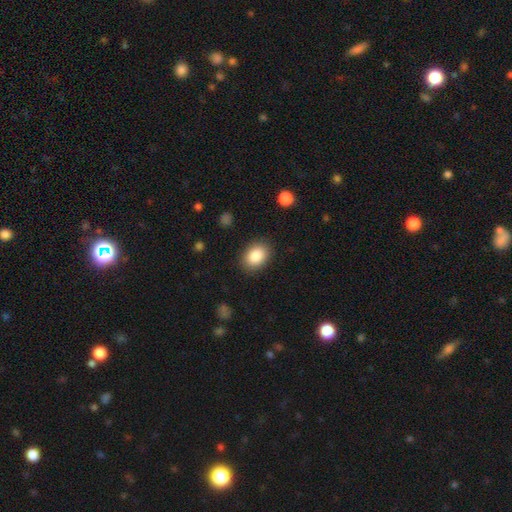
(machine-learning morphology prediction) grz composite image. It shows a smooth galaxy with no disk features (87%) that is in between round and cigar-shaped (73%). Merging: none (86%).